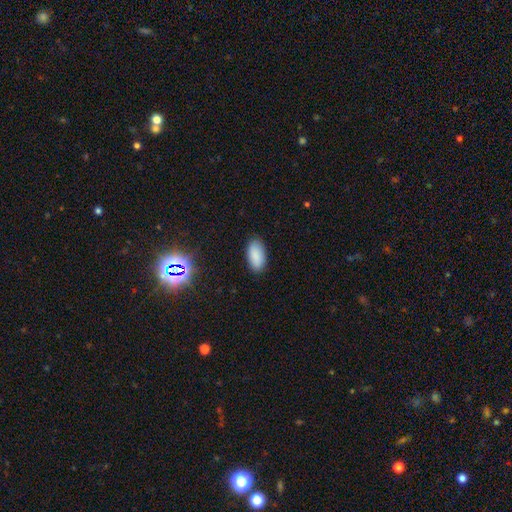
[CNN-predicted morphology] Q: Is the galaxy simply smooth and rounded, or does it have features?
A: smooth — 88%.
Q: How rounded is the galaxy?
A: in between — 94%.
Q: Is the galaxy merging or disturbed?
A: none — 87%.